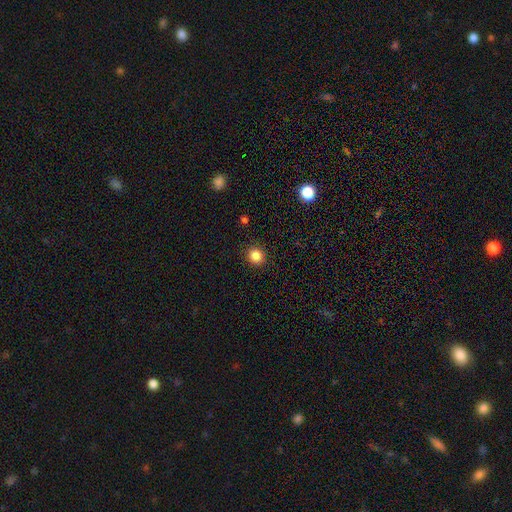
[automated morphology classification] A smooth galaxy with no disk features (85%) that is round (88%). Merging: none (91%).